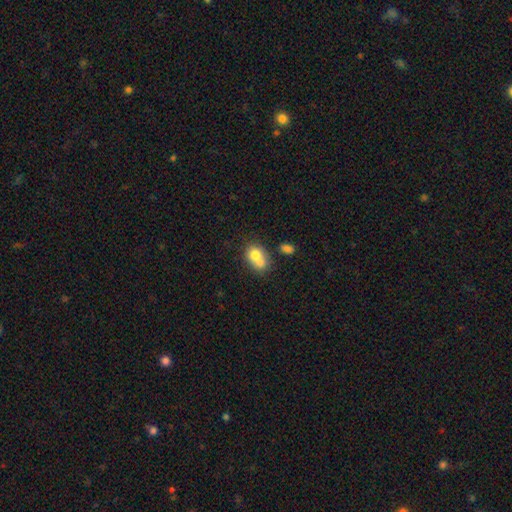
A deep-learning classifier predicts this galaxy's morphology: type=smooth (73%); roundness=round (54%); merging=merger (57%).